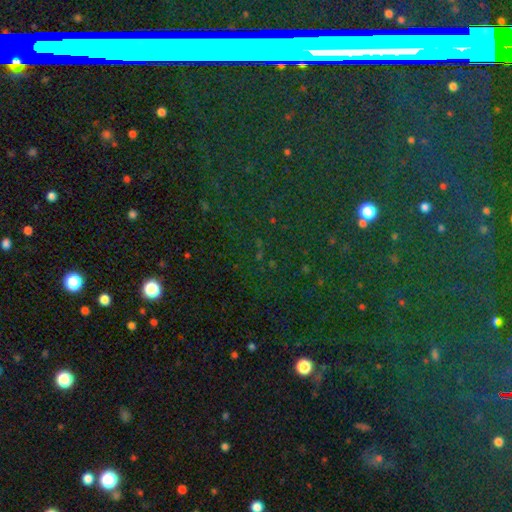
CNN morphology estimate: The model was most divided on "smooth or featured": star or artifact: 78%, smooth: 11%, featured or disk: 10%.